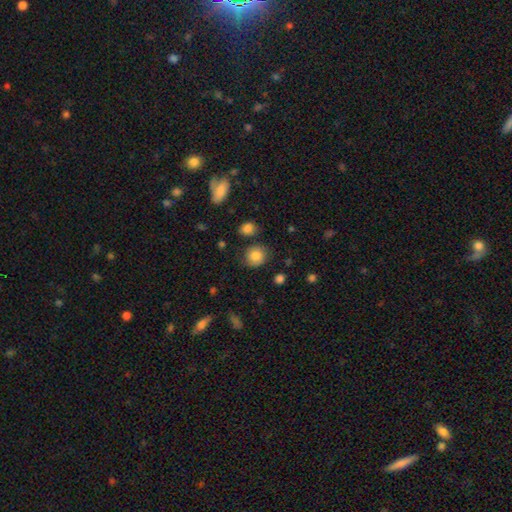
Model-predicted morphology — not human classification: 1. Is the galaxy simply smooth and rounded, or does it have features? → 82% smooth, 9% star or artifact, 9% featured or disk.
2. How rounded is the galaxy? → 82% round, 17% in between, 1% cigar-shaped.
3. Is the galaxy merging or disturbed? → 80% none, 13% minor disturbance, 4% major disturbance, 3% merger.